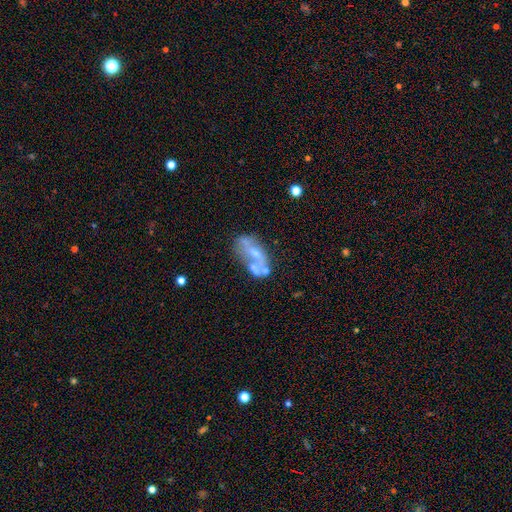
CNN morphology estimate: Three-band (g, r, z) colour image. It shows a featured or disk galaxy (68%) with no bar (61%), no spiral arms (56%) and a moderate central bulge (42%, tied with small). Merging: none (39%).